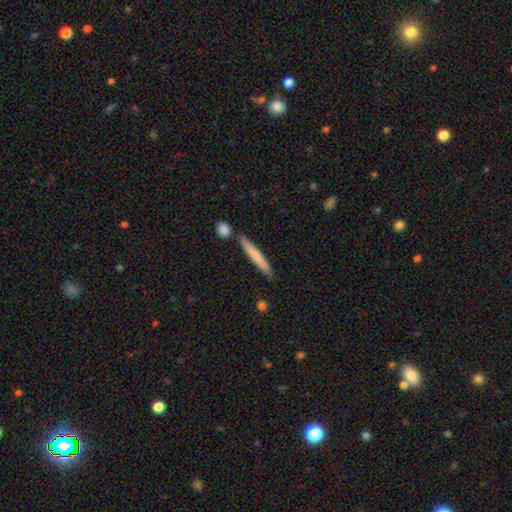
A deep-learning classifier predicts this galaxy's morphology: Smooth or featured? Predicted: smooth (p=0.71). How rounded? Predicted: cigar-shaped (p=0.95). Merging? Predicted: none (p=0.81).